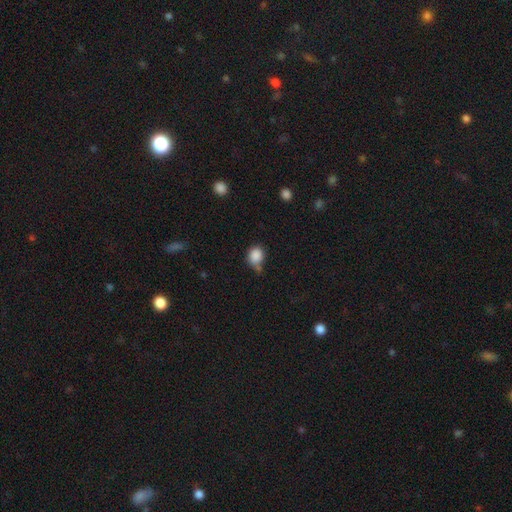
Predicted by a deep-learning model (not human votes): Q: Smooth or featured?
A: smooth (86%); runner-up: star or artifact (10%)
Q: How rounded?
A: round (70%); runner-up: in between (29%)
Q: Merging?
A: none (50%); runner-up: minor disturbance (31%)